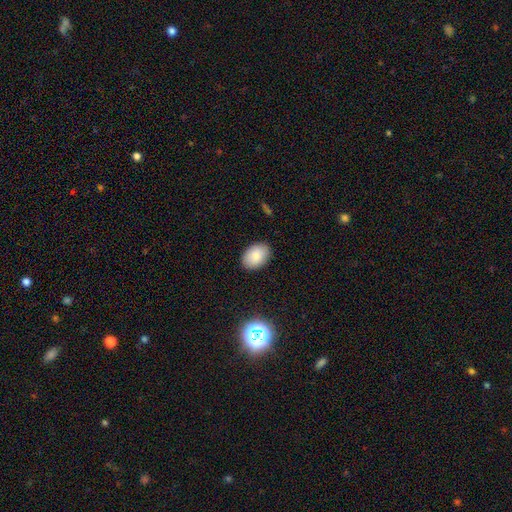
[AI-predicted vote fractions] Smooth or featured? smooth (85%)
How rounded? in between (84%)
Merging? none (88%)